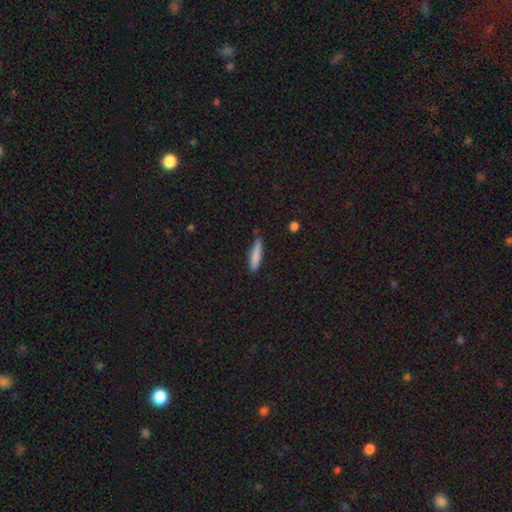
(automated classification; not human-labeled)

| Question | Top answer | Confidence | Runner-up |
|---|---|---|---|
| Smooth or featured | smooth | 82% | featured or disk (11%) |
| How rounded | cigar-shaped | 84% | in between (14%) |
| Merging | none | 73% | minor disturbance (21%) |